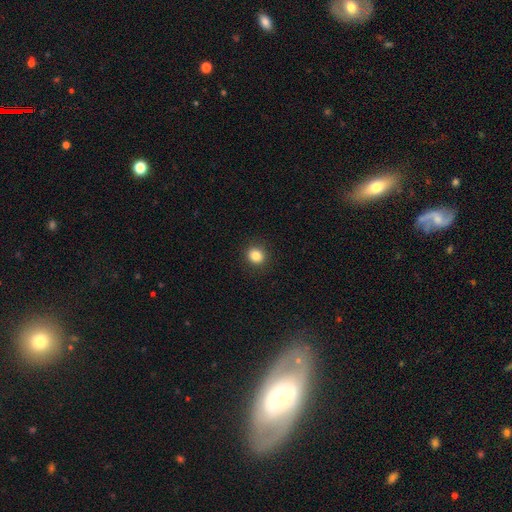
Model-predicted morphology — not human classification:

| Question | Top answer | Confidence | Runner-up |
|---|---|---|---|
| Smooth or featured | smooth | 84% | star or artifact (11%) |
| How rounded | round | 85% | in between (14%) |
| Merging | none | 91% | minor disturbance (6%) |